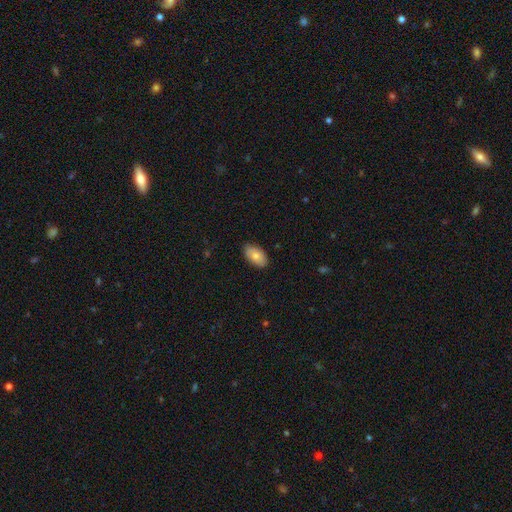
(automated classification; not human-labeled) Smooth or featured: smooth — 81% (featured or disk — 13%)
How rounded: in between — 94% (round — 4%)
Merging: none — 86% (minor disturbance — 11%)